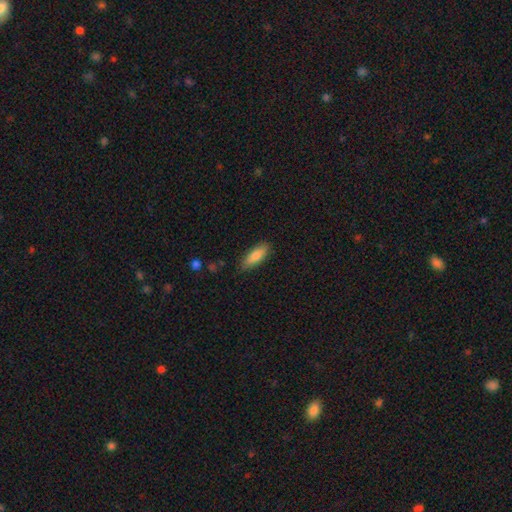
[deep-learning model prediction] smooth 82%, featured or disk 12%, star or artifact 6%. Down the decision tree: how rounded — in between (64%); merging — none (82%).